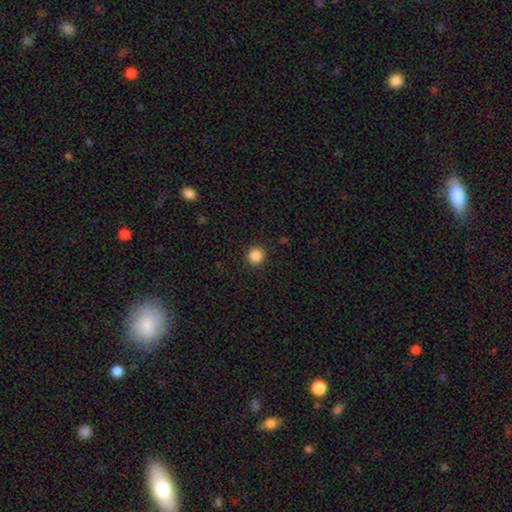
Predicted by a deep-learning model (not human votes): Smooth or featured: smooth — 86% (star or artifact — 10%)
How rounded: round — 95% (in between — 4%)
Merging: none — 92% (minor disturbance — 5%)